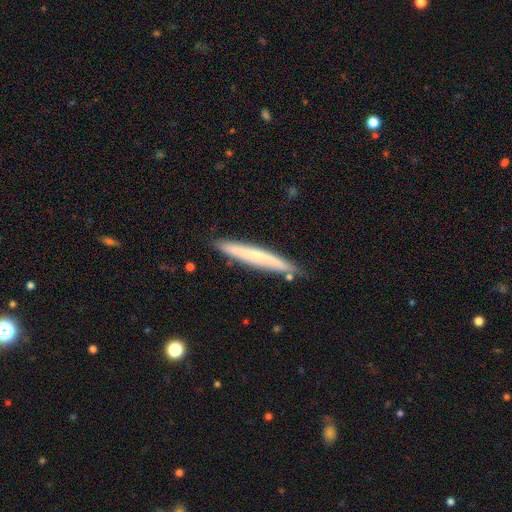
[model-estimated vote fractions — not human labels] Smooth or featured: smooth — 54% (featured or disk — 40%)
How rounded: cigar-shaped — 96% (in between — 3%)
Merging: none — 85% (minor disturbance — 11%)